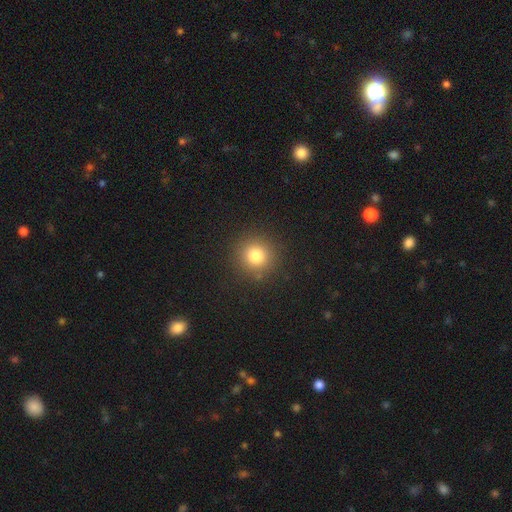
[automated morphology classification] Smooth or featured? Predicted: smooth (p=0.80). How rounded? Predicted: round (p=0.93). Merging? Predicted: none (p=0.89).